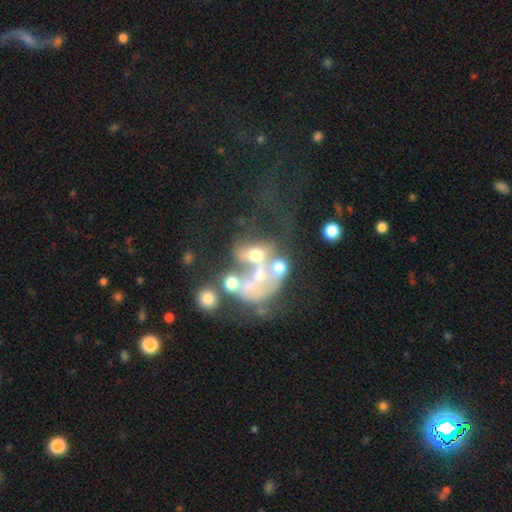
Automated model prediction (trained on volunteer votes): This is marginally a featured or disk galaxy (40%). Merging: possibly merger (50%).